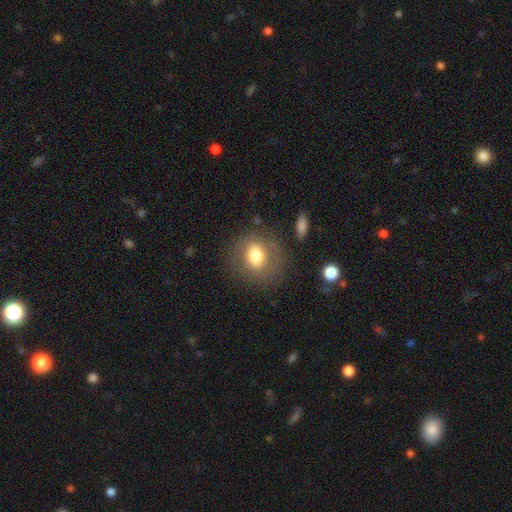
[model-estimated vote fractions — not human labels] Q: Smooth or featured?
A: smooth (71%); runner-up: featured or disk (19%)
Q: How rounded?
A: round (64%); runner-up: in between (35%)
Q: Merging?
A: none (74%); runner-up: minor disturbance (15%)